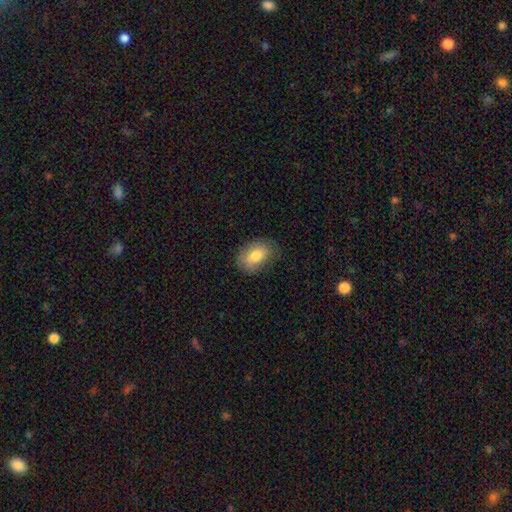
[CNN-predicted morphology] smooth 80%, featured or disk 12%, star or artifact 8%. Down the decision tree: how rounded — in between (84%); merging — none (79%).